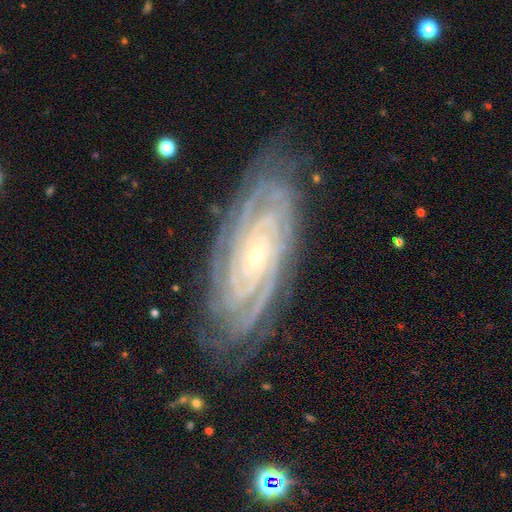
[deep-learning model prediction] Smooth or featured?
  - featured or disk: 90% *
  - star or artifact: 5%
  - smooth: 4%
Edge-on disk?
  - no: 95% *
  - yes: 5%
Bar?
  - no: 72% *
  - weak: 19%
  - strong: 10%
Spiral arms?
  - yes: 98% *
  - no: 2%
Spiral winding?
  - tight: 85% *
  - medium: 13%
  - loose: 2%
Spiral arm count?
  - 4: 25% *
  - can't tell: 21%
  - more than 4: 18%
  - 3: 16%
  - 2: 13%
  - 1: 8%
Bulge size?
  - small: 85% *
  - moderate: 12%
  - none: 1%
  - large: 1%
  - dominant: 1%
Merging?
  - none: 80% *
  - minor disturbance: 15%
  - major disturbance: 4%
  - merger: 1%